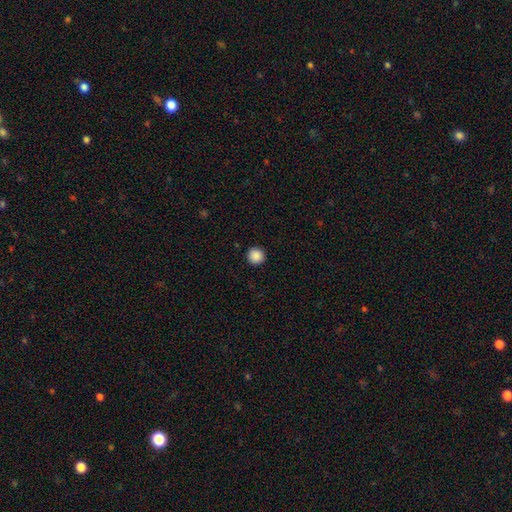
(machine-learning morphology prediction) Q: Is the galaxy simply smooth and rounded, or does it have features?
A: smooth — 88%.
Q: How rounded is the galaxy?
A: round — 96%.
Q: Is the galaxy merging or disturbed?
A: none — 93%.